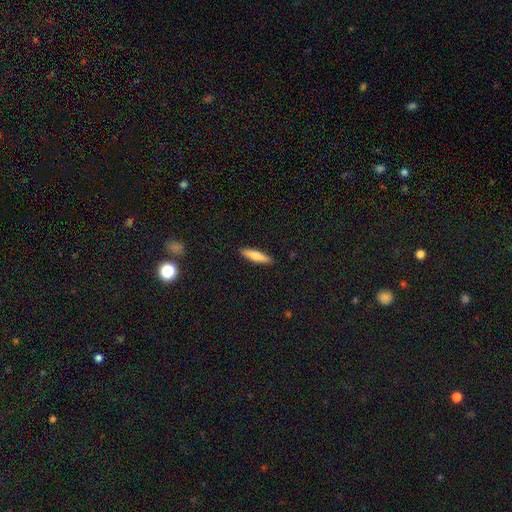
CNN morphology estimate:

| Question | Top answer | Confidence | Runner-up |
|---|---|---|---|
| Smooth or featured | smooth | 73% | featured or disk (21%) |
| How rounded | cigar-shaped | 79% | in between (20%) |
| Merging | none | 91% | minor disturbance (7%) |